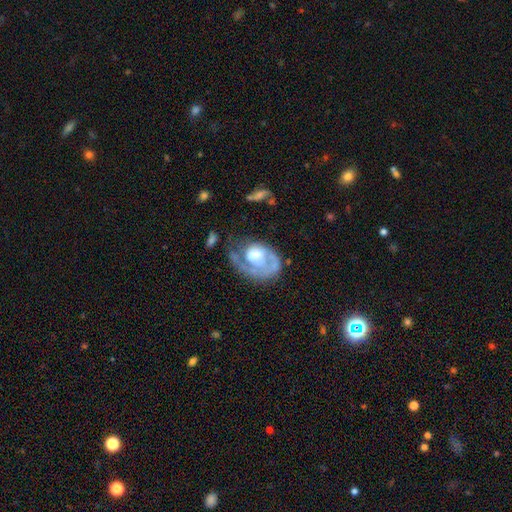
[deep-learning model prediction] smooth-or-featured: featured or disk: 77% | smooth: 18% | star or artifact: 5%
  disk-edge-on: no: 98% | yes: 2%
    bar: no: 76% | weak: 20% | strong: 4%
    has-spiral-arms: yes: 83% | no: 17%
      spiral-winding: tight: 51% | medium: 30% | loose: 19%
      spiral-arm-count: 1: 81% | can't tell: 8% | 2: 7% | 3: 2% | 4: 1% | more than 4: 1%
    bulge-size: moderate: 38% | large: 33% | small: 15% | none: 10% | dominant: 4%
  merging: none: 39% | major disturbance: 36% | minor disturbance: 20% | merger: 5%